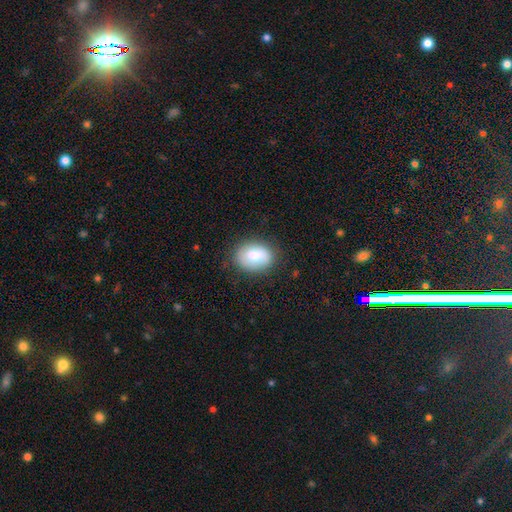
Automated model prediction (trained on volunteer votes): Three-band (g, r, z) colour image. It shows a smooth galaxy with no disk features (80%) that is in between round and cigar-shaped (71%). Merging: none (78%).